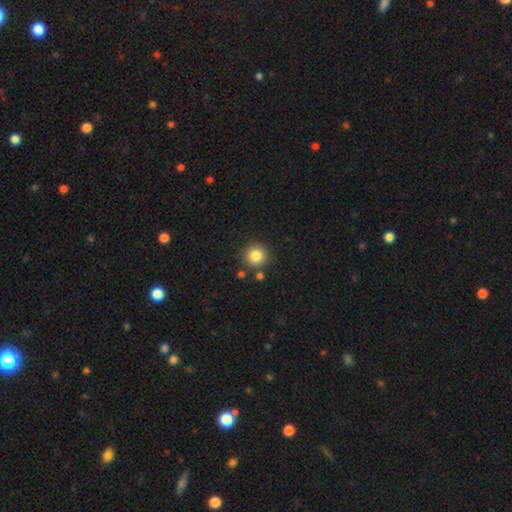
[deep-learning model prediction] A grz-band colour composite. It shows a smooth galaxy with no disk features (85%) that is round (94%). Merging: none (83%).